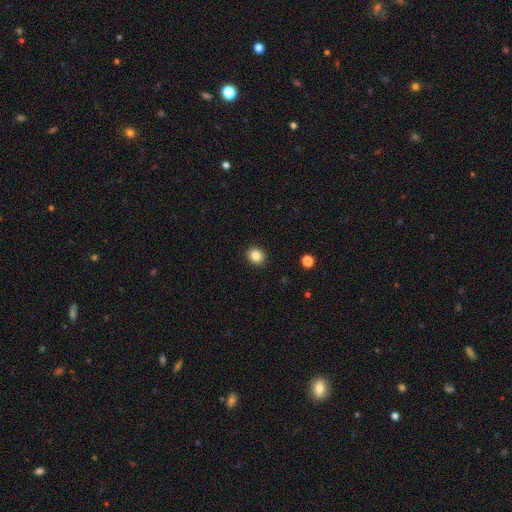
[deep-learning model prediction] This appears to be a smooth galaxy with no disk features (84%) that is round (70%). Merging: none (92%).